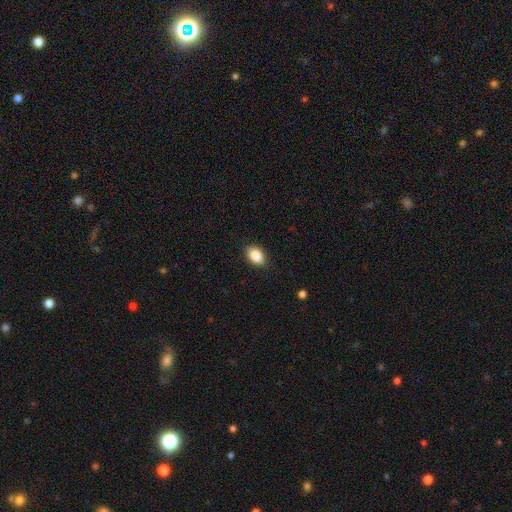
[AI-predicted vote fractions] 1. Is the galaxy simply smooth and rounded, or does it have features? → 88% smooth, 8% star or artifact, 4% featured or disk.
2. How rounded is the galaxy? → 85% in between, 13% round, 1% cigar-shaped.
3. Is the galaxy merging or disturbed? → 87% none, 10% minor disturbance, 2% major disturbance, 1% merger.